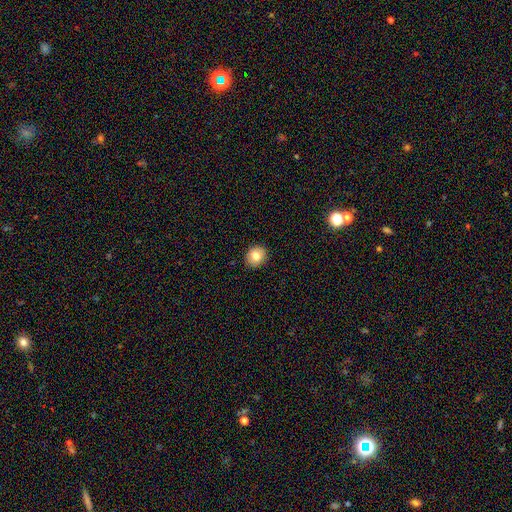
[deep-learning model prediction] Overall: smooth (79%). How rounded: round (75%). Merging: none (91%).